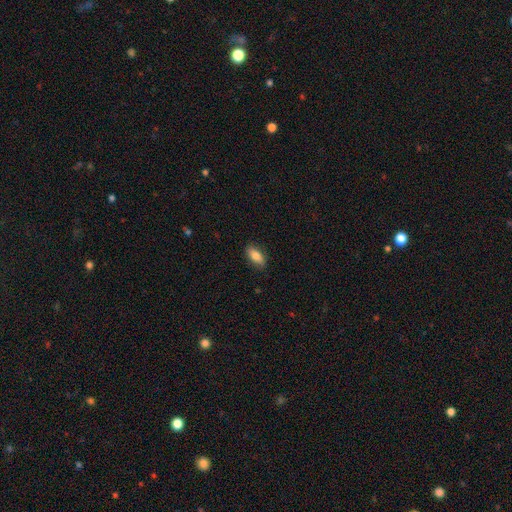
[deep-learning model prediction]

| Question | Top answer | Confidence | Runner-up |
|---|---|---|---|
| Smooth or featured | smooth | 81% | featured or disk (12%) |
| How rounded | in between | 84% | cigar-shaped (12%) |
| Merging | none | 83% | minor disturbance (13%) |